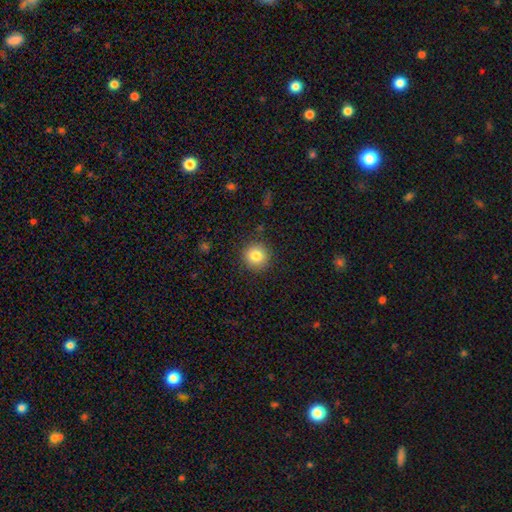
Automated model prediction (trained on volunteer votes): smooth 83%, star or artifact 10%, featured or disk 7%. Down the decision tree: how rounded — round (93%); merging — none (89%).